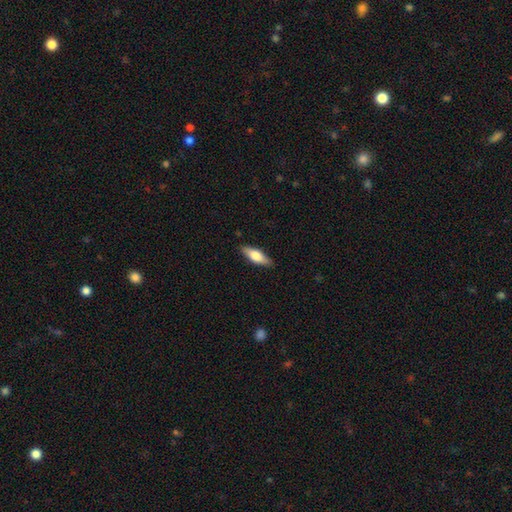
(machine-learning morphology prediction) This is likely a smooth galaxy (66%). How rounded: possibly in between (56%). Merging: clearly none (87%).